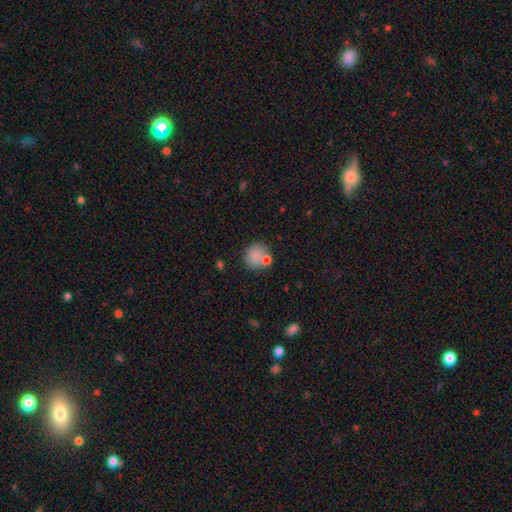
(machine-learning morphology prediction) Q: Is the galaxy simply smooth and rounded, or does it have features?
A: smooth — 81%.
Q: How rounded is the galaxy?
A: round — 86%.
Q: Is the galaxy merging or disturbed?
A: none — 64%.